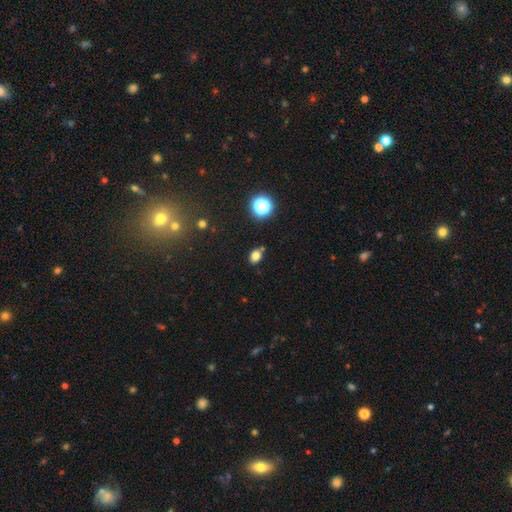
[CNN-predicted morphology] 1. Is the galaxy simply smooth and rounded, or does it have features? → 77% smooth, 16% star or artifact, 7% featured or disk.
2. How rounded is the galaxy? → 69% in between, 30% round, 1% cigar-shaped.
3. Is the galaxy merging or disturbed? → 76% none, 13% minor disturbance, 8% merger, 3% major disturbance.